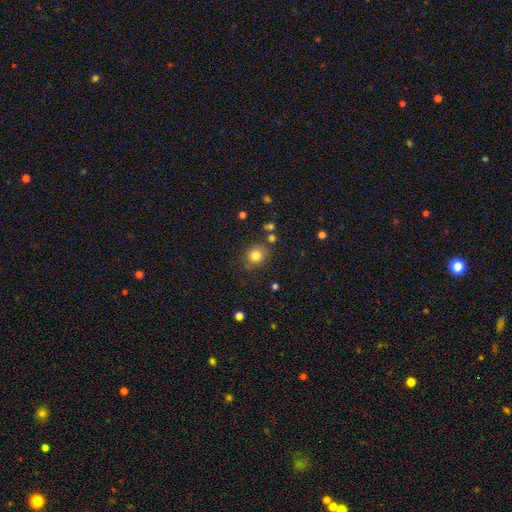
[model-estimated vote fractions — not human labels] This is clearly a smooth galaxy (81%). How rounded: likely round (74%). Merging: likely none (74%).